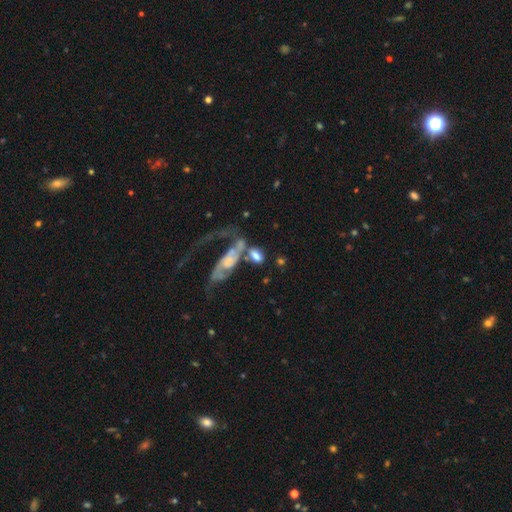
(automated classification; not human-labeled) smooth-or-featured: smooth: 60% | featured or disk: 32% | star or artifact: 8%
  how-rounded: in between: 79% | round: 11% | cigar-shaped: 10%
  merging: merger: 41% | none: 31% | major disturbance: 15% | minor disturbance: 13%